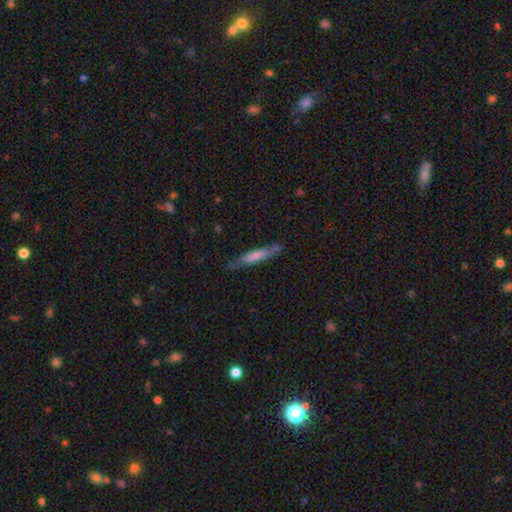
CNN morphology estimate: Q: Smooth or featured?
A: smooth (63%); runner-up: featured or disk (31%)
Q: How rounded?
A: cigar-shaped (88%); runner-up: in between (11%)
Q: Merging?
A: none (68%); runner-up: minor disturbance (22%)